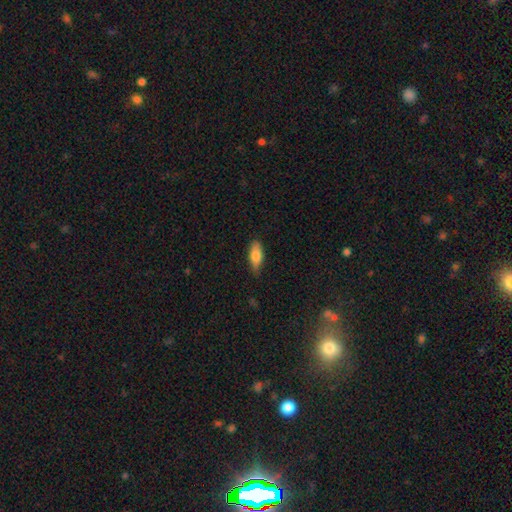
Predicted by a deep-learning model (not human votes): Overall: smooth (80%). How rounded: in between (76%). Merging: none (75%).